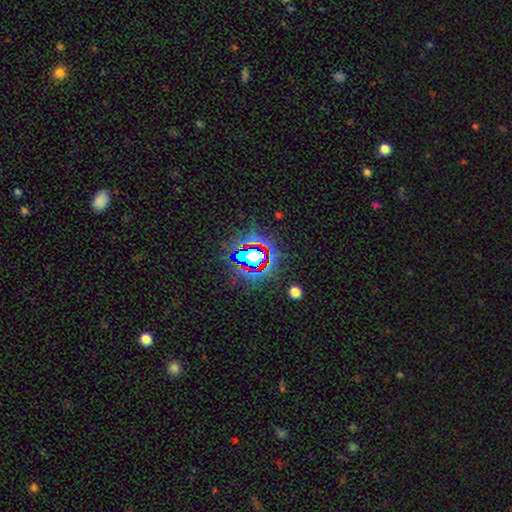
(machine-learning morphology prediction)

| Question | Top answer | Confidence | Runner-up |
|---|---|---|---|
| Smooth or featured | star or artifact | 69% | smooth (19%) |